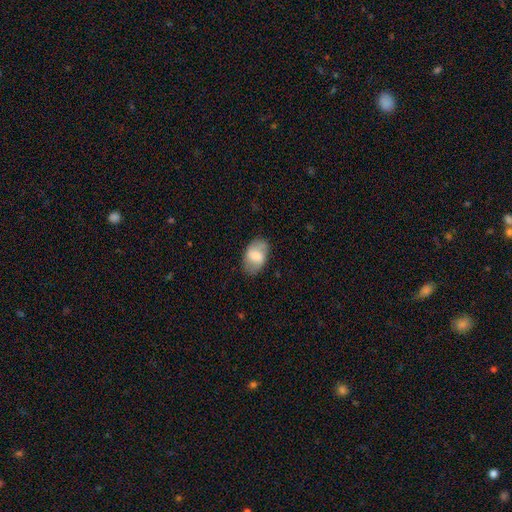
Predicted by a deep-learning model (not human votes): Smooth or featured? smooth (59%)
How rounded? in between (90%)
Merging? none (80%)